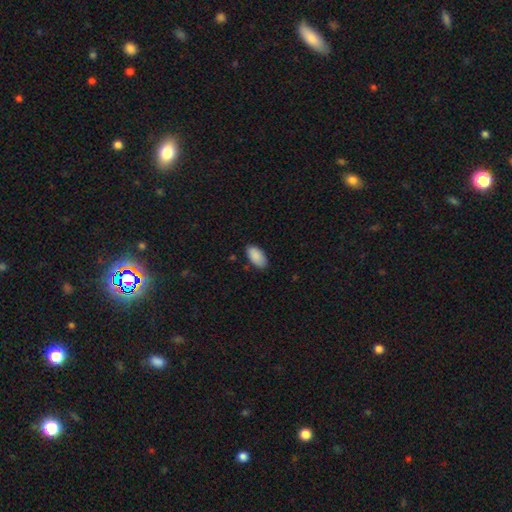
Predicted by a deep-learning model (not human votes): Smooth or featured?
  - smooth: 90% *
  - star or artifact: 6%
  - featured or disk: 4%
How rounded?
  - in between: 95% *
  - cigar-shaped: 3%
  - round: 2%
Merging?
  - none: 83% *
  - minor disturbance: 13%
  - major disturbance: 2%
  - merger: 1%